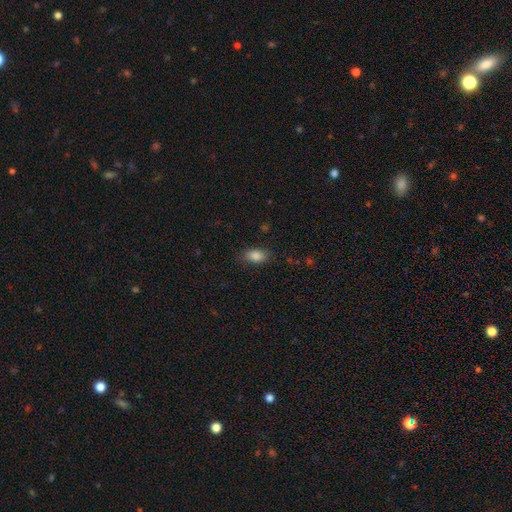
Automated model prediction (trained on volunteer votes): A smooth galaxy with no disk features (86%) that is in between round and cigar-shaped (89%).

Vote fractions:
- Smooth or featured? smooth: 86% / star or artifact: 9% / featured or disk: 6%
- How rounded? in between: 89% / round: 7% / cigar-shaped: 4%
- Merging? none: 83% / minor disturbance: 13% / major disturbance: 3% / merger: 1%